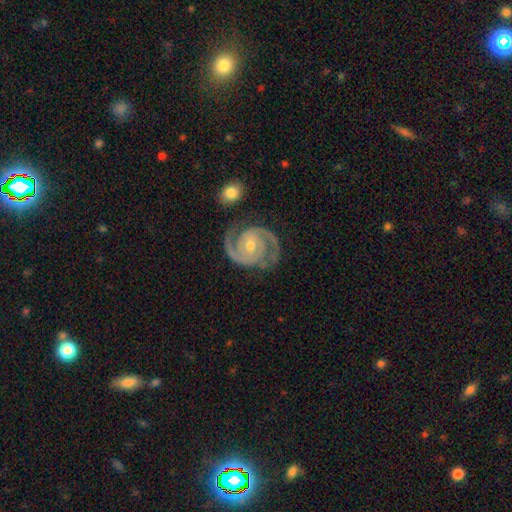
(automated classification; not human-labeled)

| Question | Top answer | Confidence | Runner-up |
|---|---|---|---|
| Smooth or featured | featured or disk | 82% | star or artifact (11%) |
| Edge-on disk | no | 98% | yes (2%) |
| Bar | no | 54% | weak (35%) |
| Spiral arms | yes | 96% | no (4%) |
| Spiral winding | tight | 56% | medium (37%) |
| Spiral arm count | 2 | 72% | can't tell (10%) |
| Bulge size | small | 51% | moderate (44%) |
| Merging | none | 80% | minor disturbance (13%) |